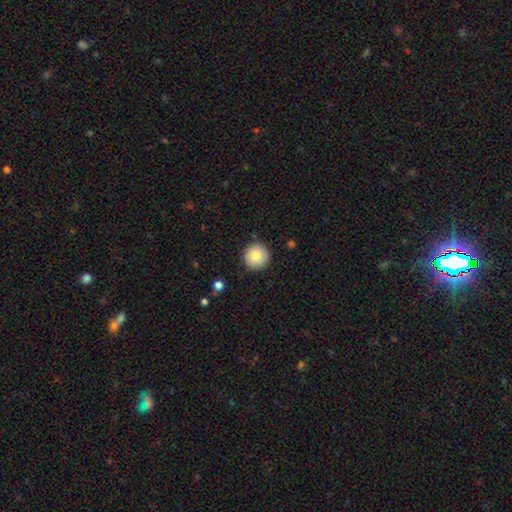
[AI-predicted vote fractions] Overall: smooth (84%). How rounded: round (96%). Merging: none (90%).